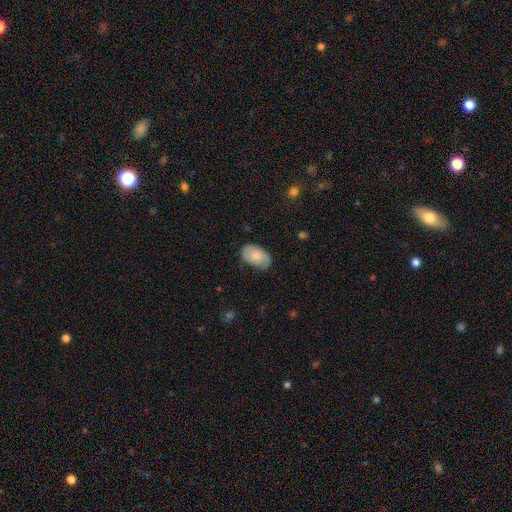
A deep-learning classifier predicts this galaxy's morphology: Q: Smooth or featured?
A: smooth (69%); runner-up: featured or disk (24%)
Q: How rounded?
A: in between (92%); runner-up: round (6%)
Q: Merging?
A: none (71%); runner-up: minor disturbance (23%)